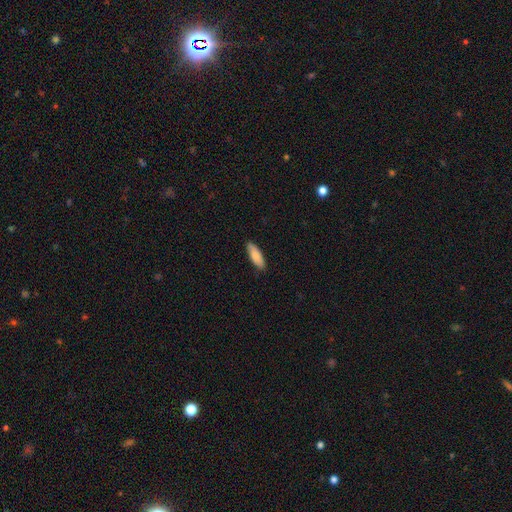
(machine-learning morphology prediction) smooth 86%, featured or disk 9%, star or artifact 5%. Down the decision tree: how rounded — in between (57%); merging — none (87%).